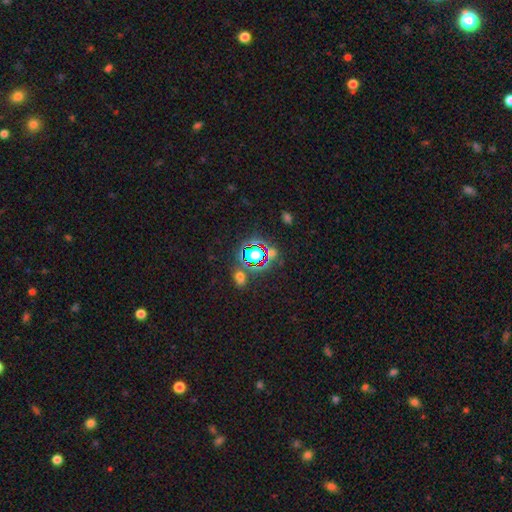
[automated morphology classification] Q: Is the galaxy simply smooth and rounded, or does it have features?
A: star or artifact — 64%.